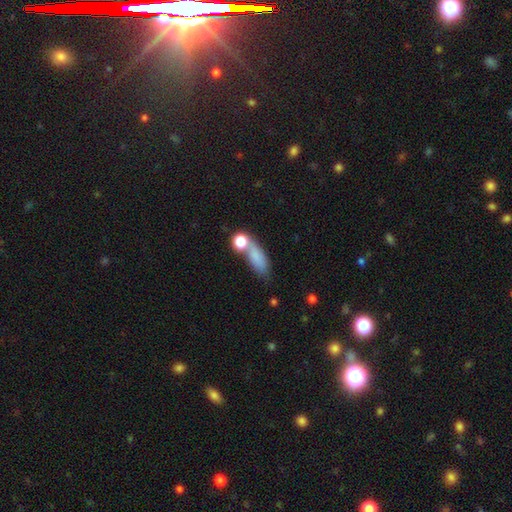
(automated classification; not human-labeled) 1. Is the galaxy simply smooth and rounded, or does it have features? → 76% smooth, 13% featured or disk, 11% star or artifact.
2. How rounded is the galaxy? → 62% in between, 26% cigar-shaped, 12% round.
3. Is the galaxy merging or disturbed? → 42% none, 29% merger, 17% minor disturbance, 12% major disturbance.